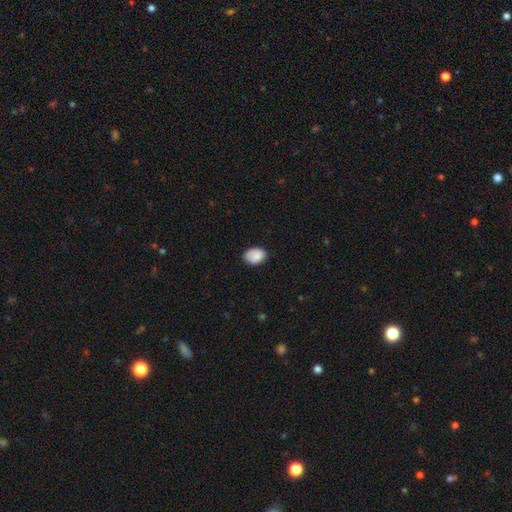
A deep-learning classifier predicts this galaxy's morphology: type=smooth (87%); roundness=in between (75%); merging=none (75%).